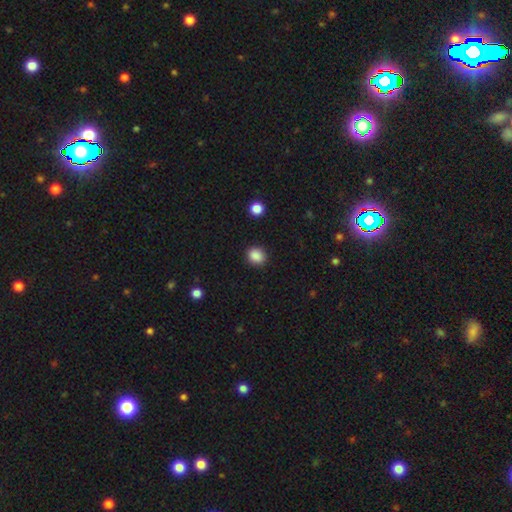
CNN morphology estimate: smooth-or-featured: smooth: 87% | star or artifact: 10% | featured or disk: 3%
  how-rounded: round: 72% | in between: 28% | cigar-shaped: 1%
  merging: none: 88% | minor disturbance: 8% | major disturbance: 2% | merger: 1%